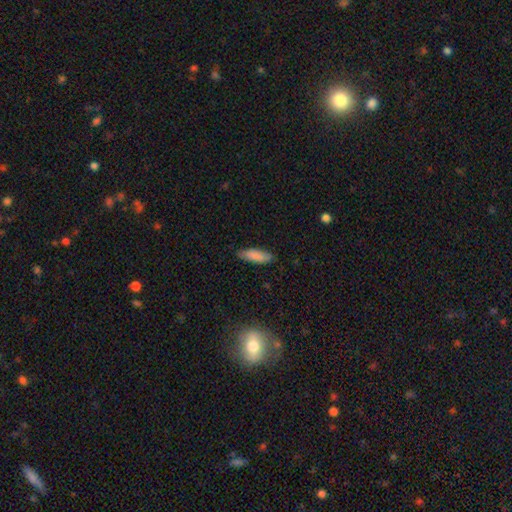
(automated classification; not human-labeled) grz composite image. It shows a smooth galaxy with no disk features (84%) that is in between round and cigar-shaped (56%). Merging: none (81%).